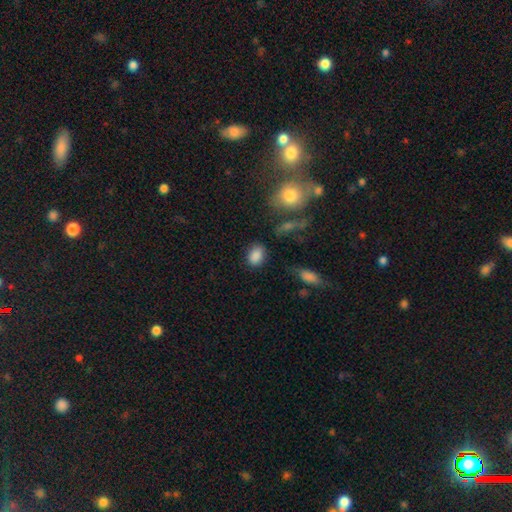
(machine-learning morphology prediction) Smooth or featured? smooth (87%)
How rounded? in between (72%)
Merging? none (81%)